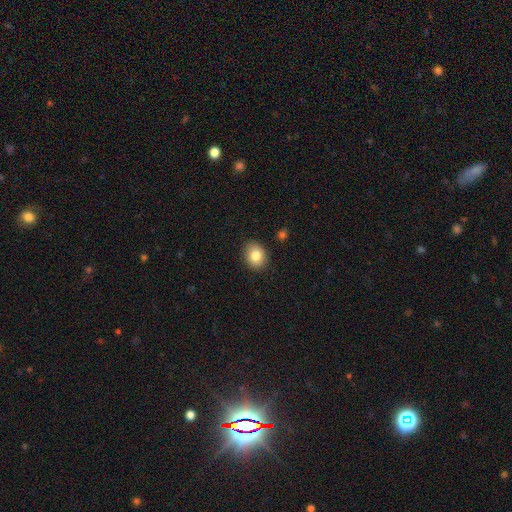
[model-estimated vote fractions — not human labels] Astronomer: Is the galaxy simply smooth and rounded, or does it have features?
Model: smooth — 82%.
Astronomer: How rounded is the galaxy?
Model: round — 52% (runner-up: in between, 47%).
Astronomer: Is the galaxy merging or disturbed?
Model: none — 88%.